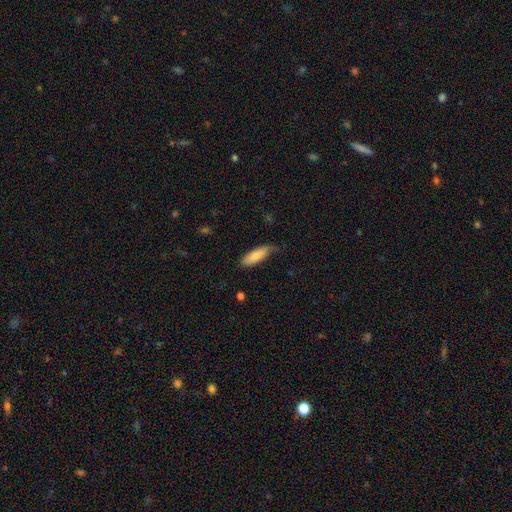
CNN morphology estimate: A smooth galaxy with no disk features (83%) that is in between round and cigar-shaped (61%). Merging: none (62%).